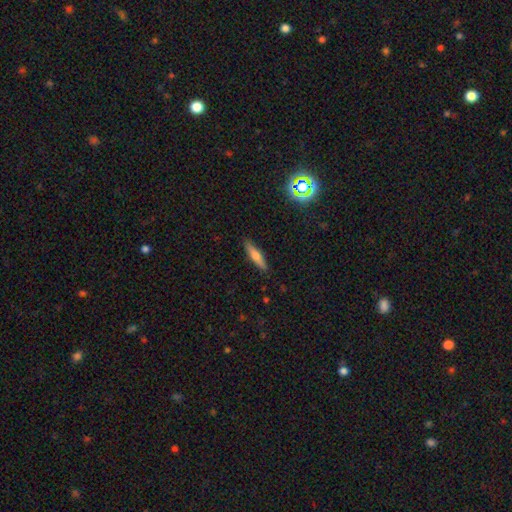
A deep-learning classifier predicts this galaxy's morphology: Overall: smooth (61%; featured or disk 31%). How rounded: cigar-shaped (77%). Merging: none (89%).